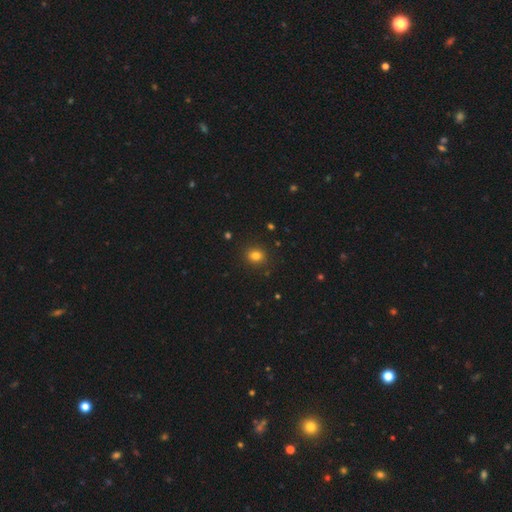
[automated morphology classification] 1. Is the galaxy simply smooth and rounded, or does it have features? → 80% smooth, 14% star or artifact, 6% featured or disk.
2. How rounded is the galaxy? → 63% round, 36% in between, 1% cigar-shaped.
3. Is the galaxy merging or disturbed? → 88% none, 8% minor disturbance, 2% major disturbance, 1% merger.